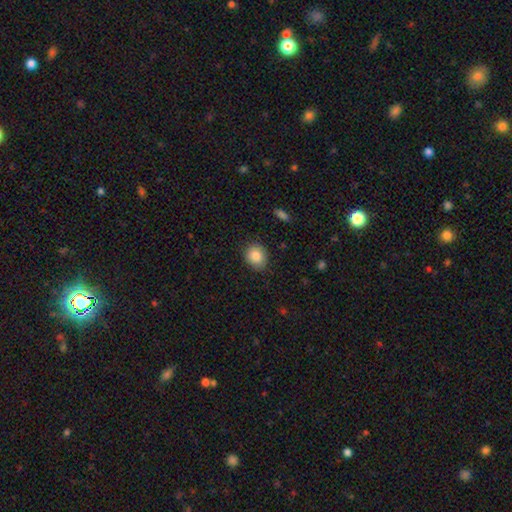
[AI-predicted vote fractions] Smooth or featured? smooth (85%)
How rounded? round (64%)
Merging? none (87%)